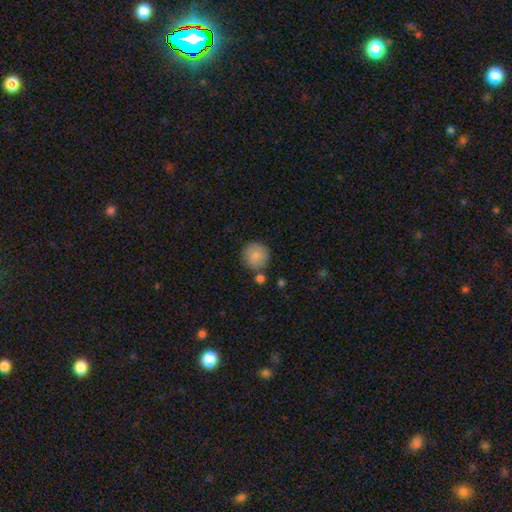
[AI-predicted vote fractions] smooth-or-featured: smooth: 83% | featured or disk: 9% | star or artifact: 7%
  how-rounded: round: 94% | in between: 6% | cigar-shaped: 1%
  merging: none: 75% | minor disturbance: 13% | merger: 9% | major disturbance: 3%